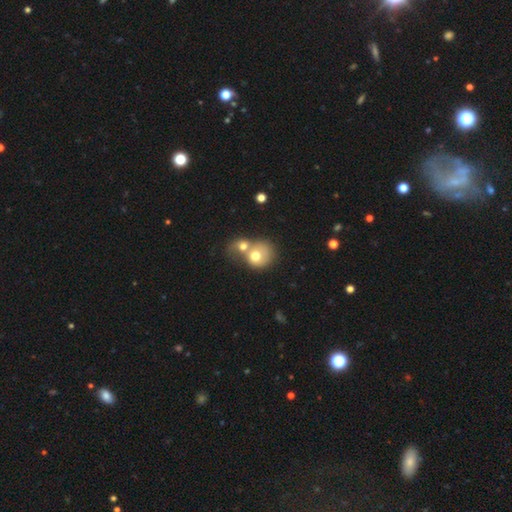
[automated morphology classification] This appears to be a smooth galaxy with no disk features (67%) that is round (70%). Merging: merger (73%).